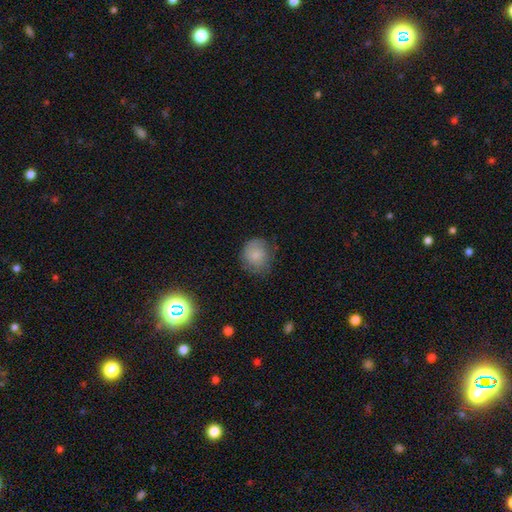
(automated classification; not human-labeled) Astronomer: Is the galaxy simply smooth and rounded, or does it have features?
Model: smooth — 74%.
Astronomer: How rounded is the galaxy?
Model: round — 79%.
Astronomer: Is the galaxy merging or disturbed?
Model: none — 68%.